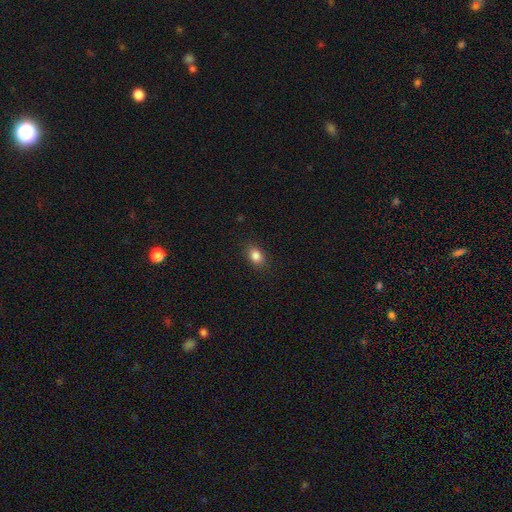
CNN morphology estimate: Smooth or featured? smooth (85%)
How rounded? in between (73%)
Merging? none (88%)